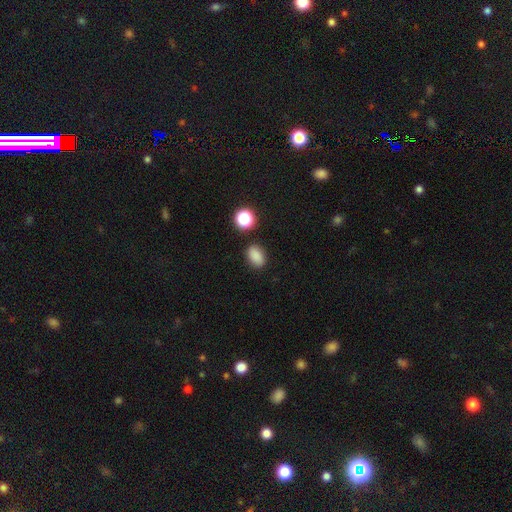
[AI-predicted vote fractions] Q: Smooth or featured?
A: smooth (84%); runner-up: star or artifact (12%)
Q: How rounded?
A: in between (80%); runner-up: round (18%)
Q: Merging?
A: none (84%); runner-up: minor disturbance (10%)